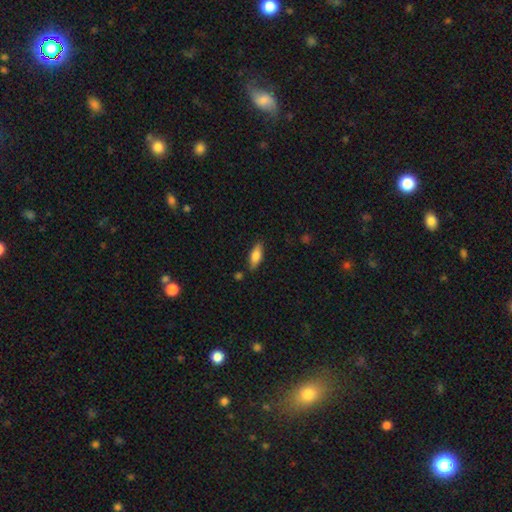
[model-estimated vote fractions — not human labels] Smooth or featured? smooth (76%)
How rounded? in between (71%)
Merging? none (81%)